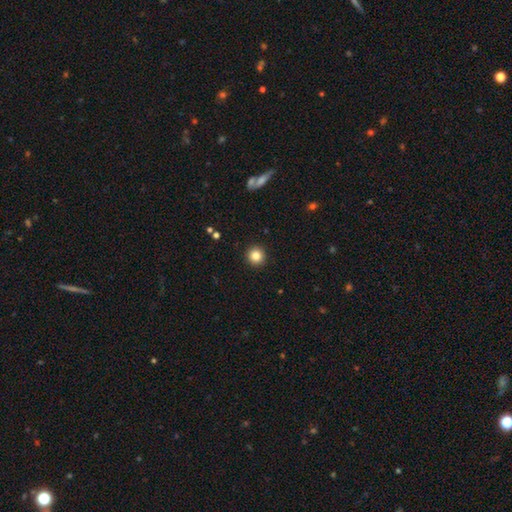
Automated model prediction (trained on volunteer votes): The model was most divided on "smooth or featured": smooth: 84%, star or artifact: 11%, featured or disk: 5%. More confident: how rounded — round (95%); merging — none (93%).